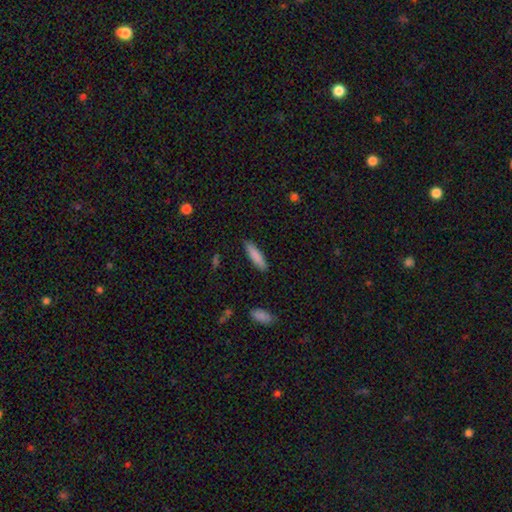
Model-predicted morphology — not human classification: A smooth galaxy with no disk features (85%) that is cigar-shaped (75%). Merging: none (89%).